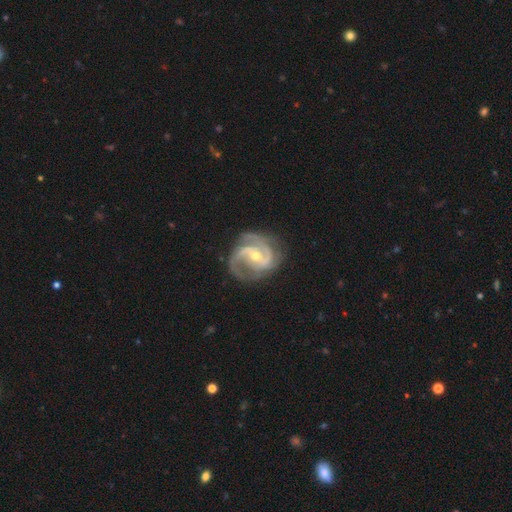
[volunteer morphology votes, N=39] featured or disk 97%, star or artifact 3%, smooth 0%. Down the decision tree: edge-on disk — no (100%); bar — weak (45%); spiral arms — yes (100%); spiral arm count — 2 (66%); spiral winding — medium (61%); bulge size — small (55%); merging — none (61%).